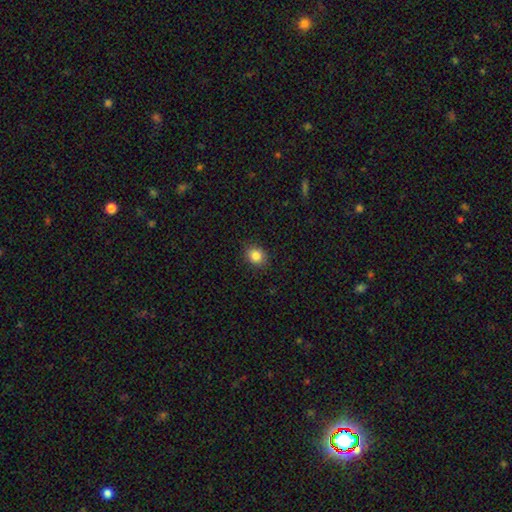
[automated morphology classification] The model was most divided on "how rounded": round: 64%, in between: 35%, cigar-shaped: 1%. More confident: merging — none (89%); smooth or featured — smooth (85%).